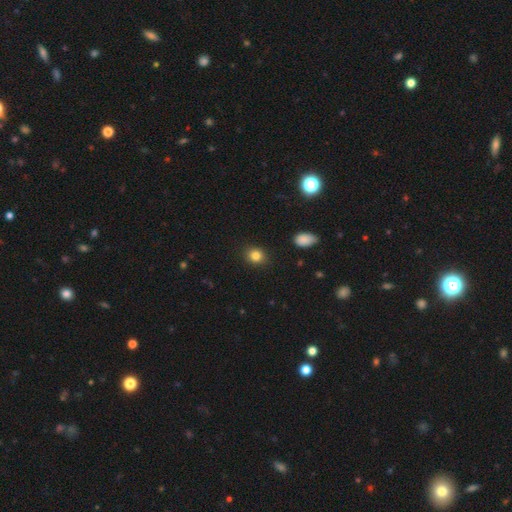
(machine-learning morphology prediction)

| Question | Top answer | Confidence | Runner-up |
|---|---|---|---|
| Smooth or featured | smooth | 84% | star or artifact (11%) |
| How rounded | round | 68% | in between (31%) |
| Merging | none | 90% | minor disturbance (7%) |